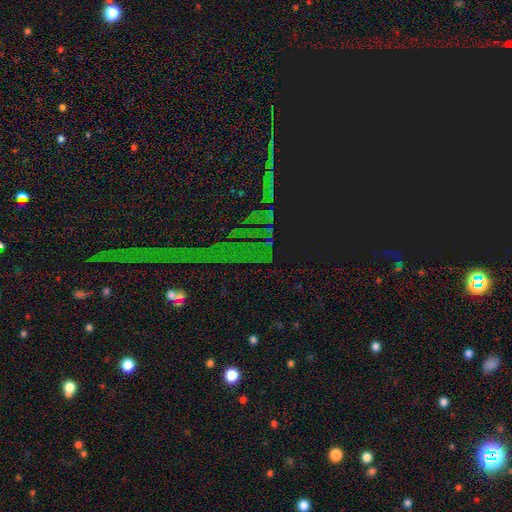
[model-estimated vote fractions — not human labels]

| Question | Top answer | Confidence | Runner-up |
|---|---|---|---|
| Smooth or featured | star or artifact | 84% | featured or disk (8%) |